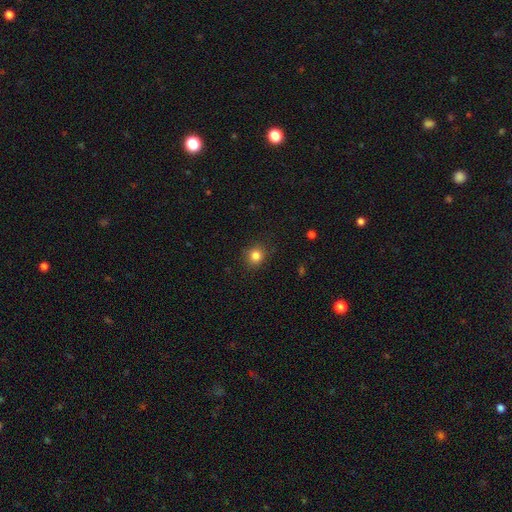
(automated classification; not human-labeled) Smooth or featured? Predicted: smooth (p=0.83). How rounded? Predicted: round (p=0.88). Merging? Predicted: none (p=0.89).